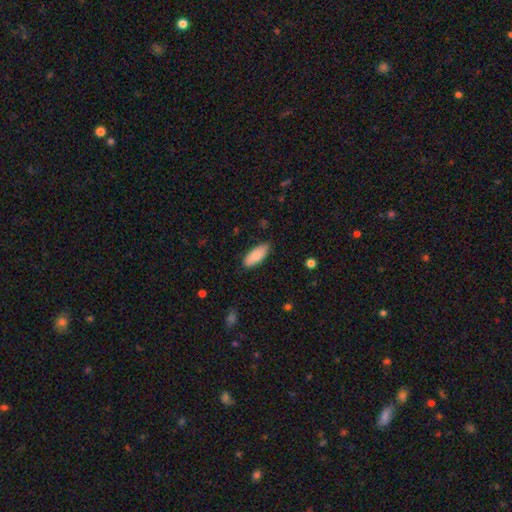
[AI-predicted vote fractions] This appears to be a smooth galaxy with no disk features (85%) that is in between round and cigar-shaped (82%). Merging: none (83%).